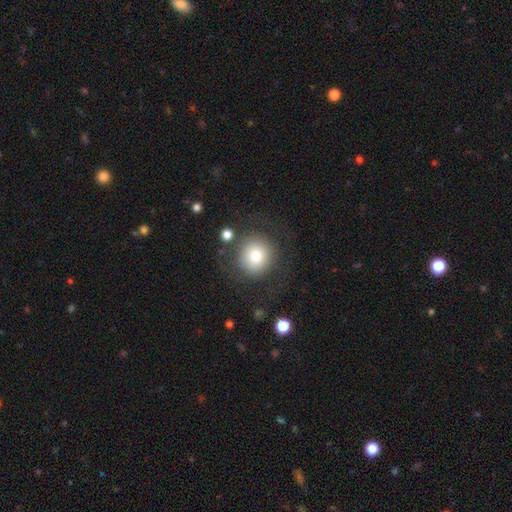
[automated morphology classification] smooth_or_featured: smooth (p=0.78) [alt: featured or disk p=0.13]
how_rounded: round (p=0.91) [alt: in between p=0.08]
merging: none (p=0.77) [alt: minor disturbance p=0.12]